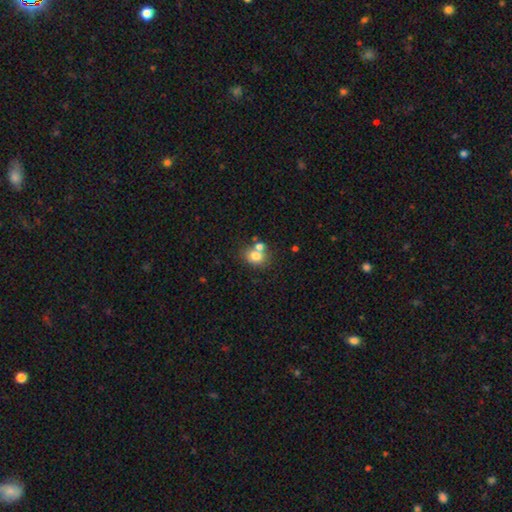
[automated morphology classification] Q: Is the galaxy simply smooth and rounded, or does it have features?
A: smooth — 77%.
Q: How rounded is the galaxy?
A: round — 56%.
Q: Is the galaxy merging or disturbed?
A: none — 53%.